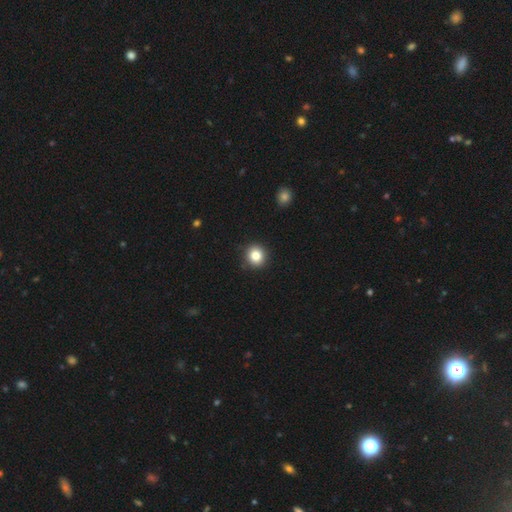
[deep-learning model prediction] smooth_or_featured: smooth (p=0.83) [alt: star or artifact p=0.10]
how_rounded: round (p=0.89) [alt: in between p=0.10]
merging: none (p=0.91) [alt: minor disturbance p=0.06]